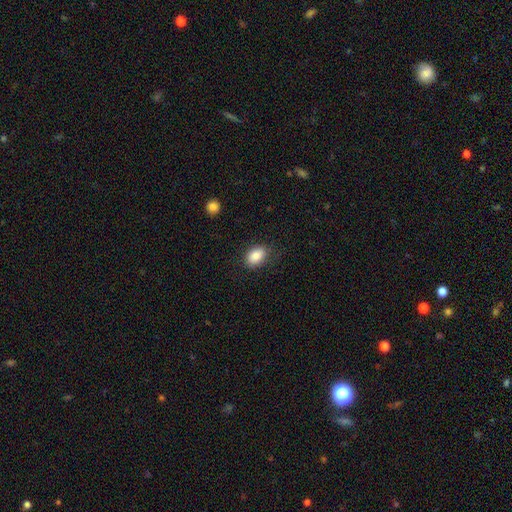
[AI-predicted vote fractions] A smooth galaxy with no disk features (87%) that is in between round and cigar-shaped (83%). Merging: none (81%).